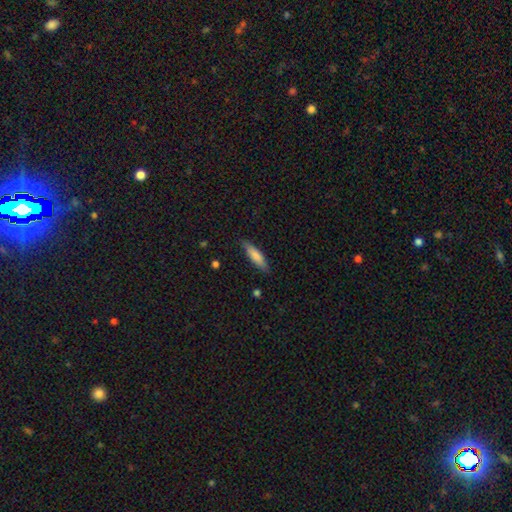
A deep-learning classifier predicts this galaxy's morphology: A smooth galaxy with no disk features (79%) that is cigar-shaped (69%). Merging: none (83%).